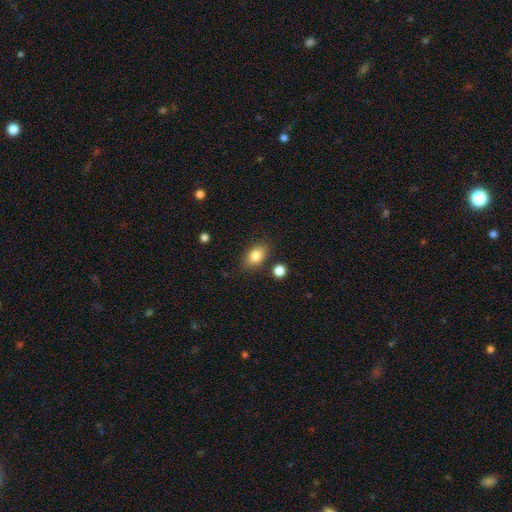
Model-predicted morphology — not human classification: Overall: smooth (83%). How rounded: in between (83%). Merging: none (82%).